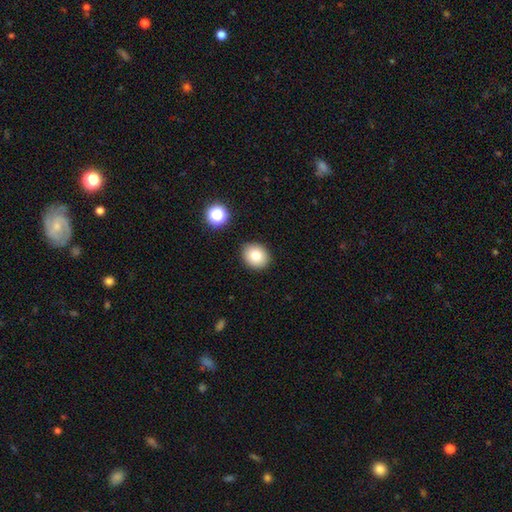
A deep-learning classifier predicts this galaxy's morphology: A smooth galaxy with no disk features (80%) that is round (65%).

Vote fractions:
- Smooth or featured? smooth: 80% / star or artifact: 11% / featured or disk: 9%
- How rounded? round: 65% / in between: 34% / cigar-shaped: 1%
- Merging? none: 88% / minor disturbance: 8% / major disturbance: 2% / merger: 2%